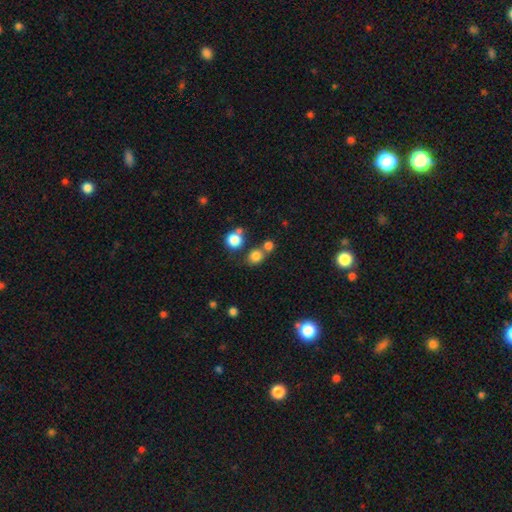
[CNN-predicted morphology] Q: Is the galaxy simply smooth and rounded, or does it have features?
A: smooth — 79%.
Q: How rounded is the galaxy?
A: round — 81%.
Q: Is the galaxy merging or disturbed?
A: none — 62%.